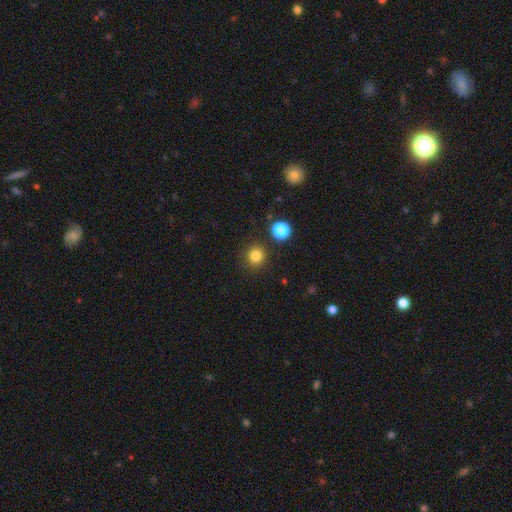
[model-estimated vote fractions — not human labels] A smooth galaxy with no disk features (83%) that is round (93%). Merging: none (89%).